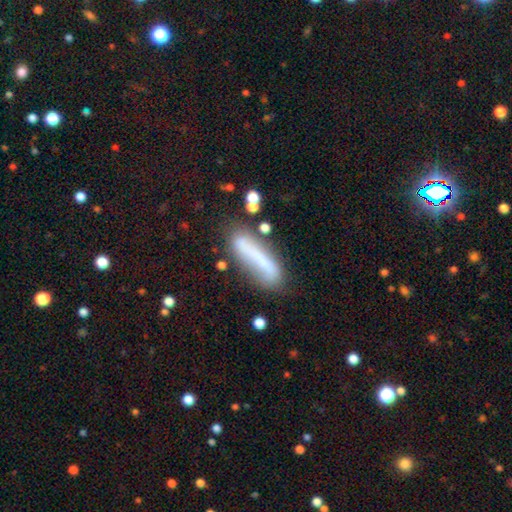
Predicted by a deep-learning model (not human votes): Smooth or featured? Predicted: smooth (p=0.58). How rounded? Predicted: cigar-shaped (p=0.73). Merging? Predicted: none (p=0.54).